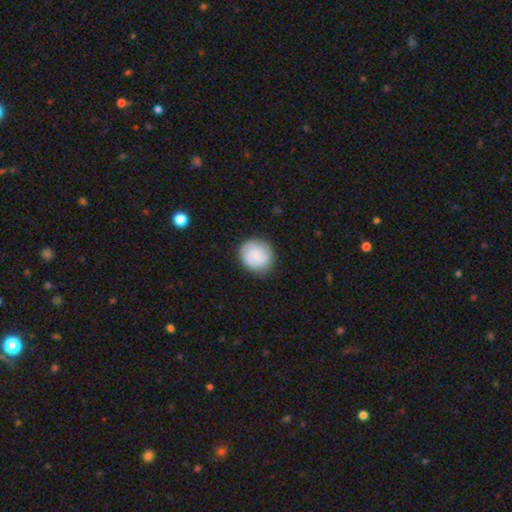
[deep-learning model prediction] Smooth or featured: smooth — 65% (featured or disk — 28%)
How rounded: round — 84% (in between — 15%)
Merging: none — 83% (minor disturbance — 12%)